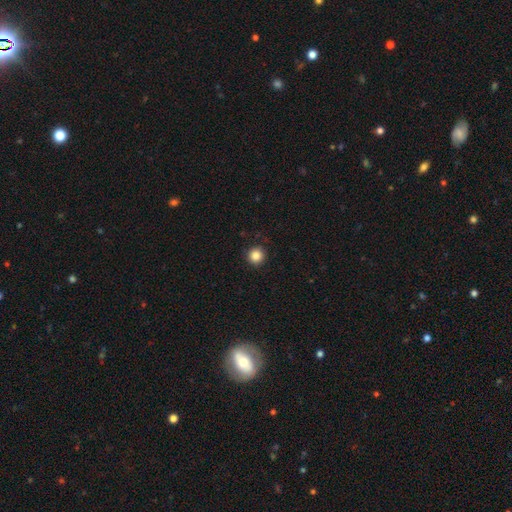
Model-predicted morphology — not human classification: A smooth galaxy with no disk features (85%) that is round (96%).

Vote fractions:
- Smooth or featured? smooth: 85% / star or artifact: 11% / featured or disk: 4%
- How rounded? round: 96% / in between: 3% / cigar-shaped: 1%
- Merging? none: 91% / minor disturbance: 6% / major disturbance: 2% / merger: 1%